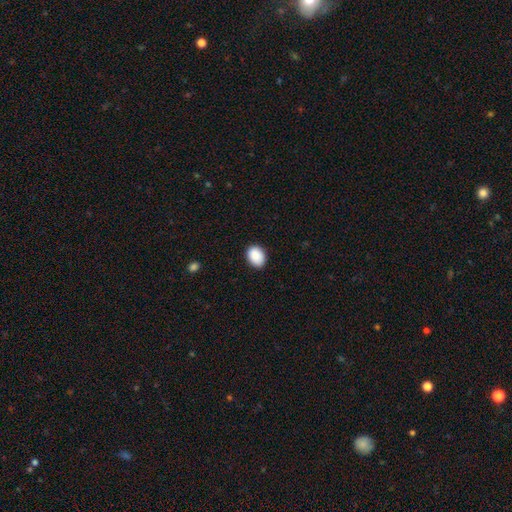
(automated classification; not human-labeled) smooth_or_featured: smooth (p=0.90) [alt: star or artifact p=0.07]
how_rounded: in between (p=0.72) [alt: round p=0.27]
merging: none (p=0.87) [alt: minor disturbance p=0.10]